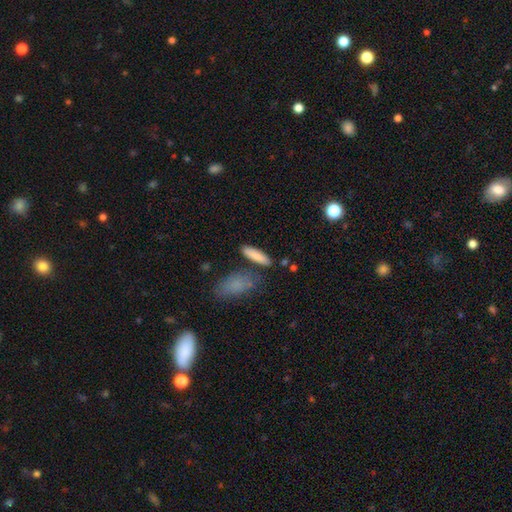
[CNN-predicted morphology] Overall: smooth (84%). How rounded: cigar-shaped (60%; in between 38%). Merging: none (77%).